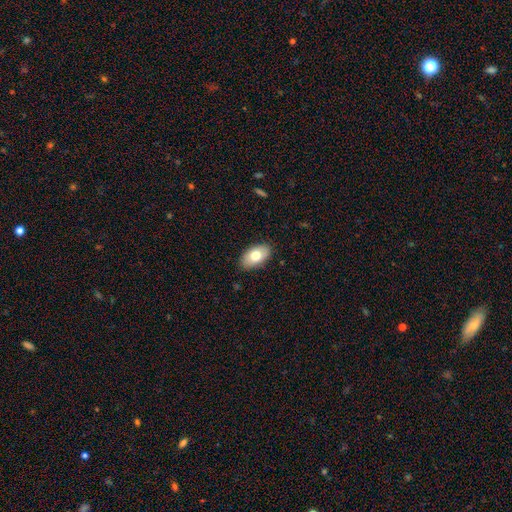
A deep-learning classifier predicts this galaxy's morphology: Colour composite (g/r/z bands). It shows a smooth galaxy with no disk features (74%) that is in between round and cigar-shaped (93%). Merging: none (87%).